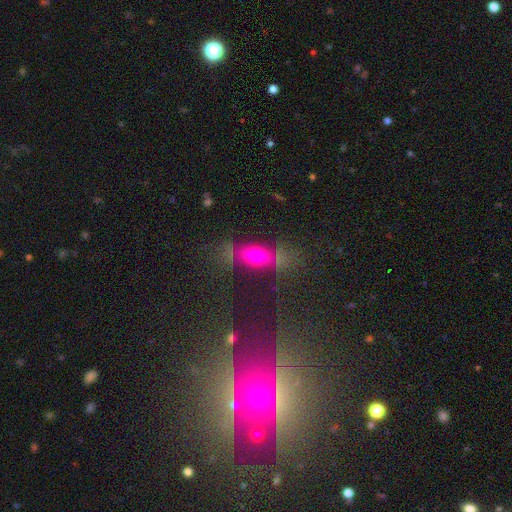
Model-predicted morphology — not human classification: This is likely a smooth galaxy (62%). How rounded: likely in between (70%). Merging: possibly none (55%).